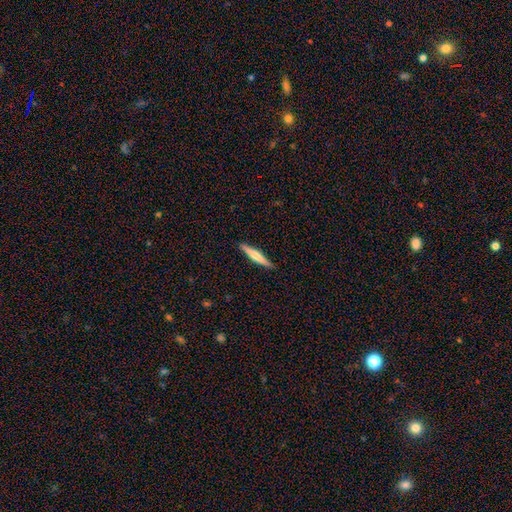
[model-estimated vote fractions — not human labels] smooth 53%, featured or disk 42%, star or artifact 5%. Down the decision tree: how rounded — cigar-shaped (94%); merging — none (90%).